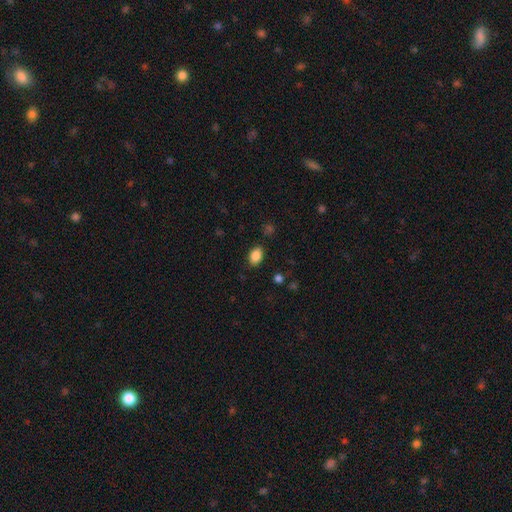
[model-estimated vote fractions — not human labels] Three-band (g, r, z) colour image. It shows a smooth galaxy with no disk features (87%) that is in between round and cigar-shaped (84%). Merging: none (84%).